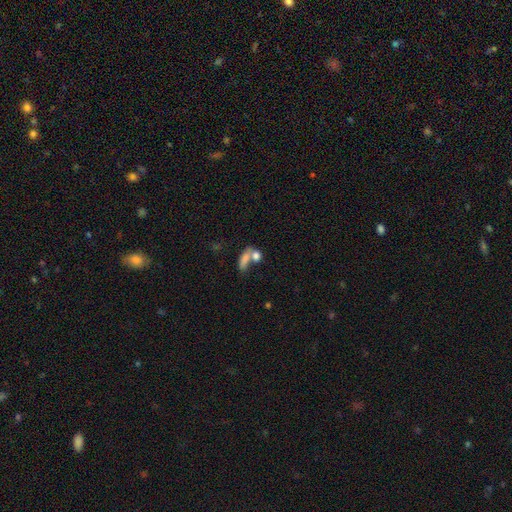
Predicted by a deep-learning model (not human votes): Smooth or featured?
  - smooth: 76% *
  - featured or disk: 13%
  - star or artifact: 10%
How rounded?
  - in between: 63% *
  - round: 25%
  - cigar-shaped: 12%
Merging?
  - merger: 51% *
  - none: 31%
  - minor disturbance: 9%
  - major disturbance: 8%